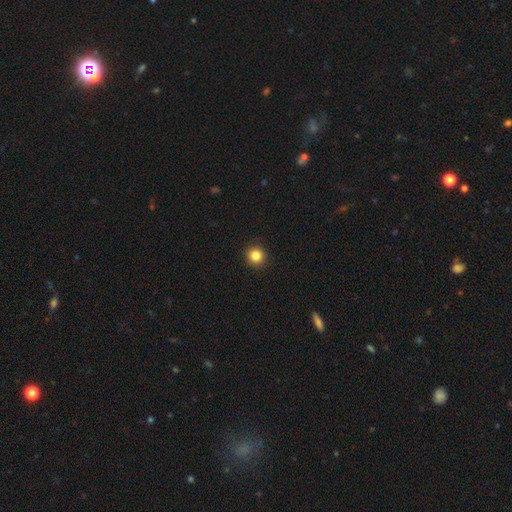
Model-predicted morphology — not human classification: The model was most divided on "smooth or featured": smooth: 85%, star or artifact: 11%, featured or disk: 4%. More confident: how rounded — round (95%); merging — none (93%).